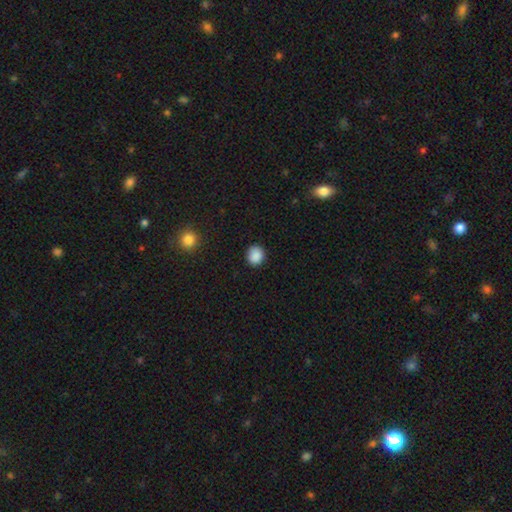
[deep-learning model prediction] This appears to be a smooth galaxy with no disk features (88%) that is round (81%). Merging: none (89%).